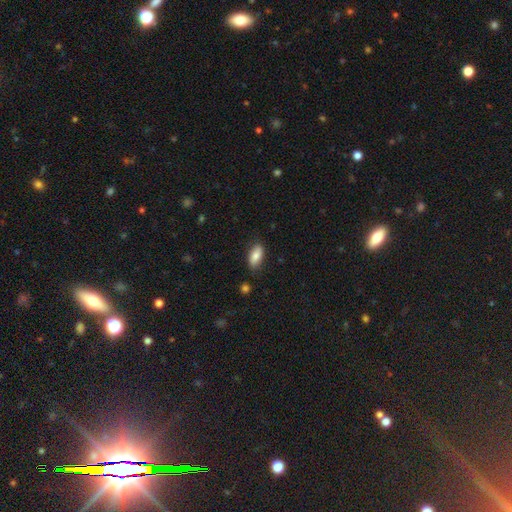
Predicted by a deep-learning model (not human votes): Smooth or featured: smooth — 83% (featured or disk — 10%)
How rounded: in between — 88% (cigar-shaped — 9%)
Merging: none — 81% (minor disturbance — 14%)